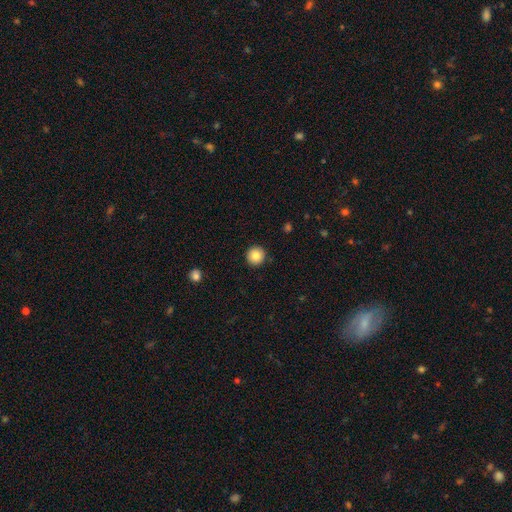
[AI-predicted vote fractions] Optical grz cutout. It shows a smooth galaxy with no disk features (85%) that is round (95%). Merging: none (92%).